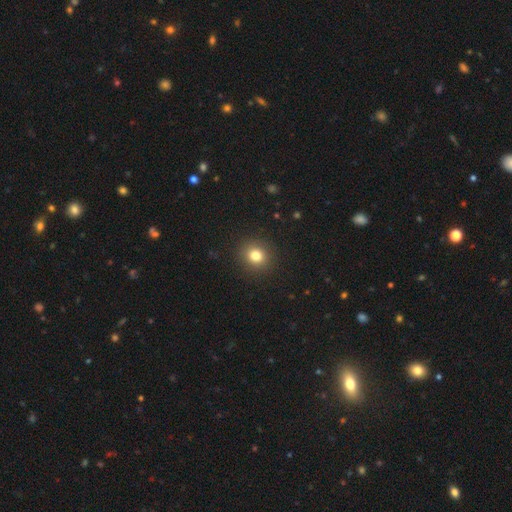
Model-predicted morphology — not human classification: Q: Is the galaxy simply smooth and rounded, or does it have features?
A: smooth — 81%.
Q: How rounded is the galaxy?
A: round — 86%.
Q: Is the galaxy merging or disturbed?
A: none — 91%.